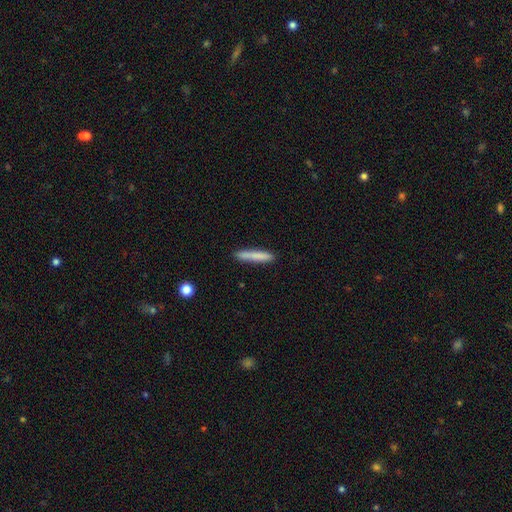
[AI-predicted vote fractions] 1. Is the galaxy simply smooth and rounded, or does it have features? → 81% smooth, 13% featured or disk, 6% star or artifact.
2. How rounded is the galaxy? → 92% cigar-shaped, 7% in between, 1% round.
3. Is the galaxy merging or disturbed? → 85% none, 11% minor disturbance, 2% merger, 2% major disturbance.